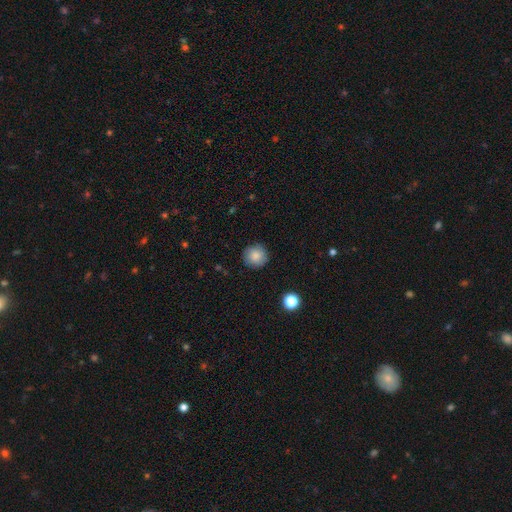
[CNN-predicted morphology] This is clearly a smooth galaxy (85%). How rounded: clearly round (94%). Merging: clearly none (89%).